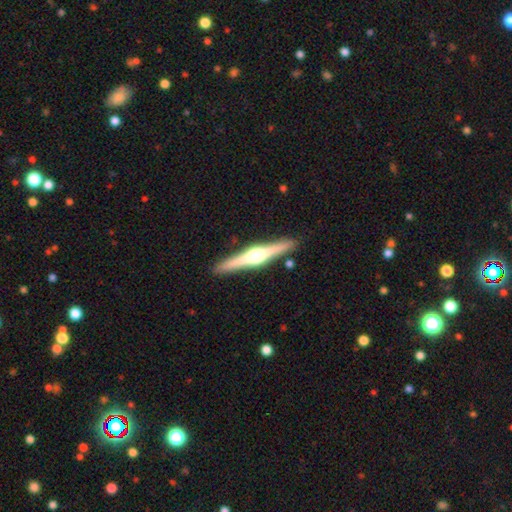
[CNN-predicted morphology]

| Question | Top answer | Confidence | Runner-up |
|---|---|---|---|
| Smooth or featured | featured or disk | 77% | smooth (18%) |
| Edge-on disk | yes | 98% | no (2%) |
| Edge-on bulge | rounded | 94% | boxy (4%) |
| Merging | none | 90% | minor disturbance (7%) |